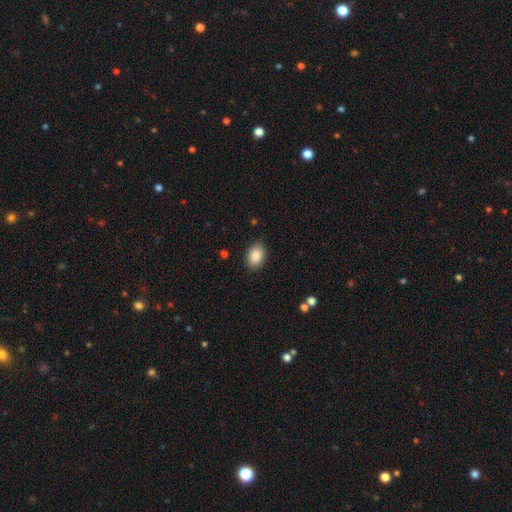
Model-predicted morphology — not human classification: smooth 87%, star or artifact 8%, featured or disk 6%. Down the decision tree: how rounded — in between (81%); merging — none (88%).